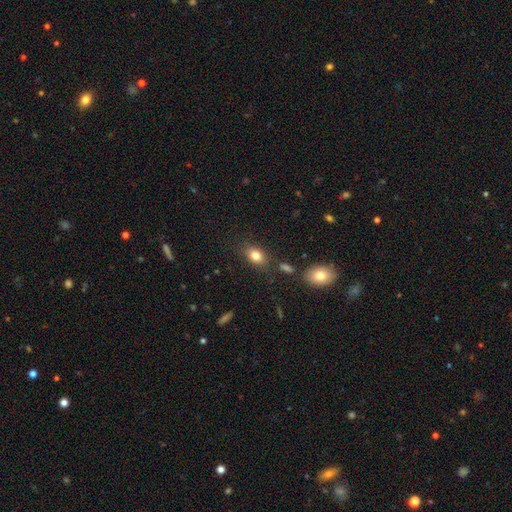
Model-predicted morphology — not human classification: A smooth galaxy with no disk features (82%) that is in between round and cigar-shaped (77%).

Vote fractions:
- Smooth or featured? smooth: 82% / star or artifact: 10% / featured or disk: 9%
- How rounded? in between: 77% / round: 21% / cigar-shaped: 2%
- Merging? none: 79% / minor disturbance: 13% / merger: 4% / major disturbance: 4%